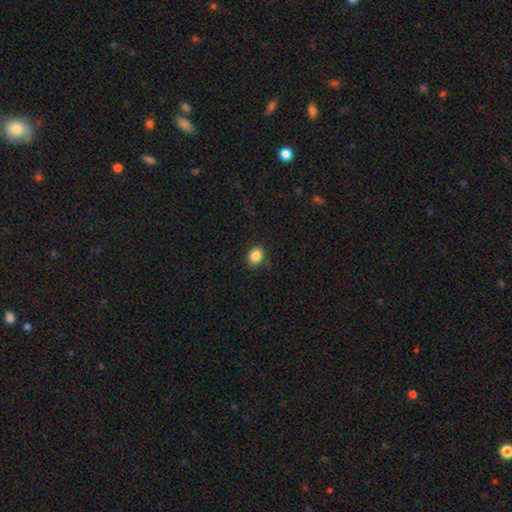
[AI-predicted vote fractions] Overall: smooth (86%). How rounded: in between (67%; round 32%). Merging: none (82%).